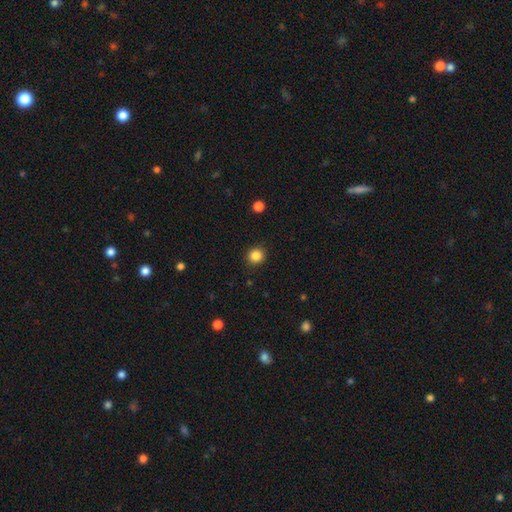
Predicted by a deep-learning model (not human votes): Smooth or featured?
  - smooth: 85% *
  - star or artifact: 11%
  - featured or disk: 4%
How rounded?
  - round: 90% *
  - in between: 9%
  - cigar-shaped: 1%
Merging?
  - none: 91% *
  - minor disturbance: 6%
  - major disturbance: 2%
  - merger: 1%